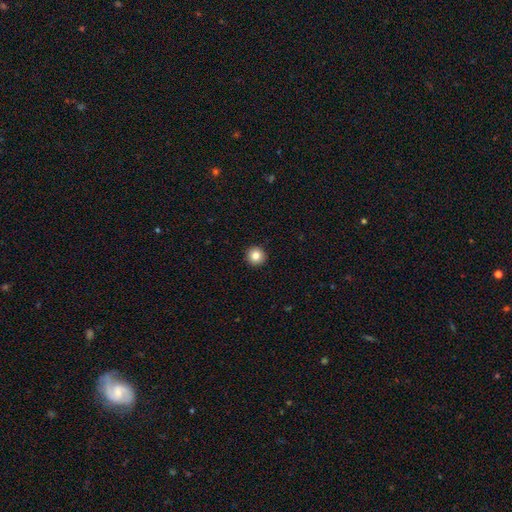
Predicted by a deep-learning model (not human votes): A smooth galaxy with no disk features (84%) that is round (96%).

Vote fractions:
- Smooth or featured? smooth: 84% / star or artifact: 10% / featured or disk: 6%
- How rounded? round: 96% / in between: 3% / cigar-shaped: 1%
- Merging? none: 94% / minor disturbance: 4% / major disturbance: 1% / merger: 1%